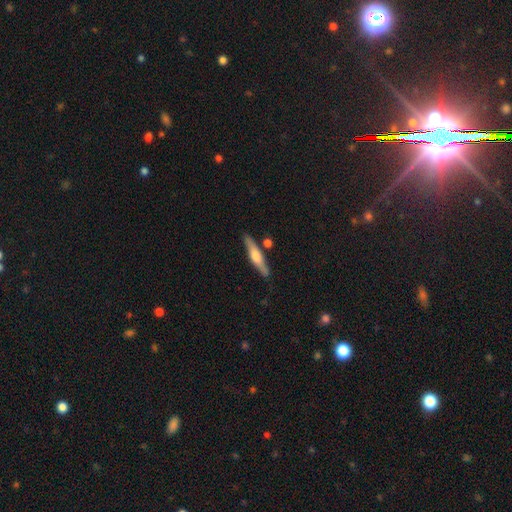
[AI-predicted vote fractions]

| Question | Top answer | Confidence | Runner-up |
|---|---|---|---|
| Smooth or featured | featured or disk | 53% | smooth (42%) |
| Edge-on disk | yes | 94% | no (6%) |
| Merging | none | 82% | minor disturbance (10%) |